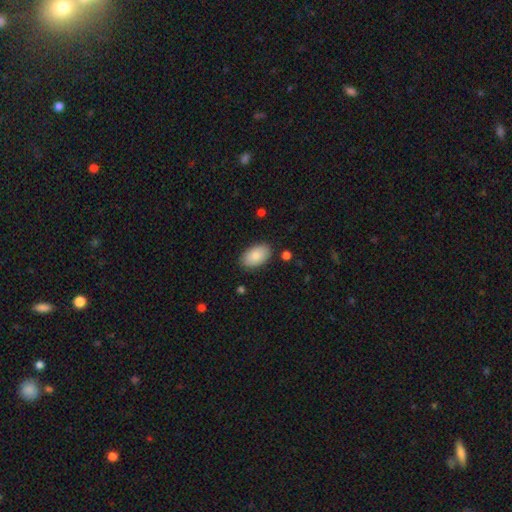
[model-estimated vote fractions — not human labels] A smooth galaxy with no disk features (87%) that is in between round and cigar-shaped (94%). Merging: none (86%).